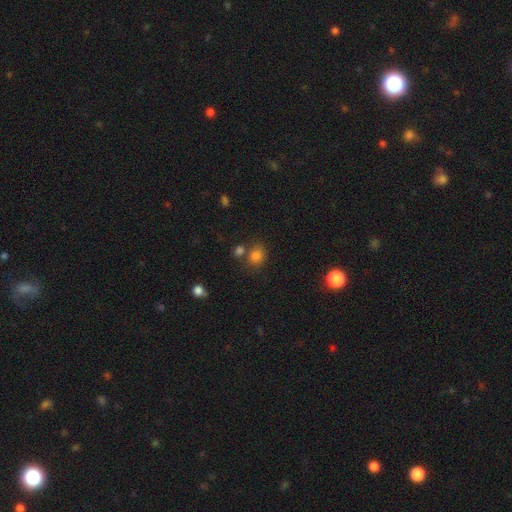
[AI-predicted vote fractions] A smooth galaxy with no disk features (79%) that is round (56%).

Vote fractions:
- Smooth or featured? smooth: 79% / star or artifact: 14% / featured or disk: 6%
- How rounded? round: 56% / in between: 42% / cigar-shaped: 1%
- Merging? none: 60% / merger: 22% / minor disturbance: 13% / major disturbance: 5%